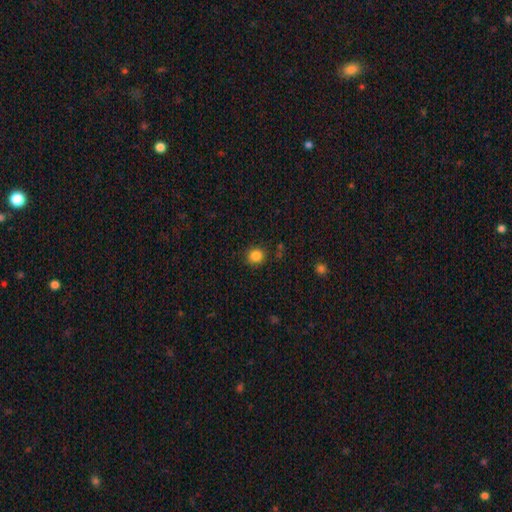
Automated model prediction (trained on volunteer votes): Smooth or featured: smooth — 85% (star or artifact — 11%)
How rounded: round — 84% (in between — 15%)
Merging: none — 85% (minor disturbance — 10%)